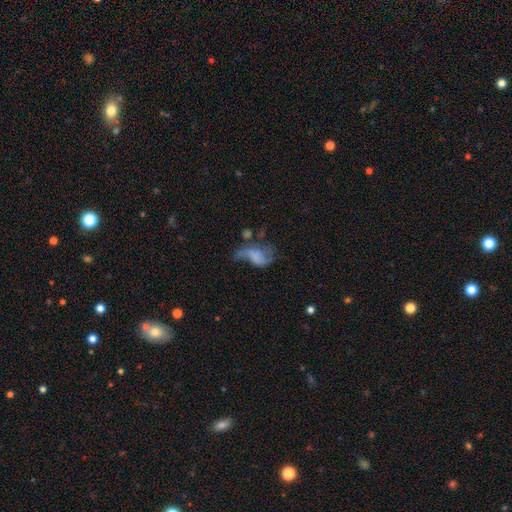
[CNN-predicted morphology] type=featured or disk (49%); merging=major disturbance (45%).